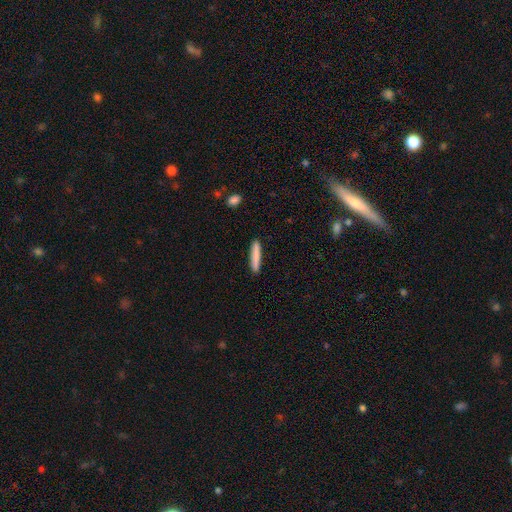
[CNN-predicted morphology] Smooth or featured? smooth (83%)
How rounded? cigar-shaped (92%)
Merging? none (90%)